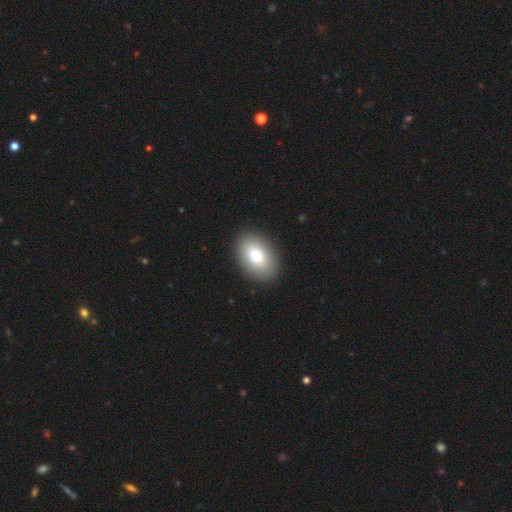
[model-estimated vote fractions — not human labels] Overall: smooth (79%). How rounded: in between (85%). Merging: none (90%).